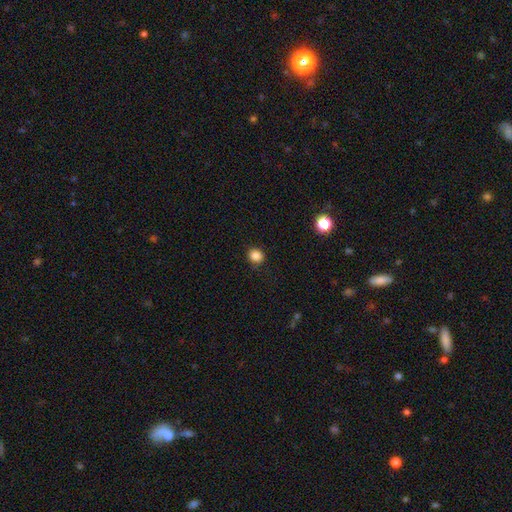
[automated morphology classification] smooth-or-featured: smooth: 85% | star or artifact: 11% | featured or disk: 4%
  how-rounded: round: 82% | in between: 17% | cigar-shaped: 1%
  merging: none: 89% | minor disturbance: 8% | major disturbance: 2% | merger: 1%